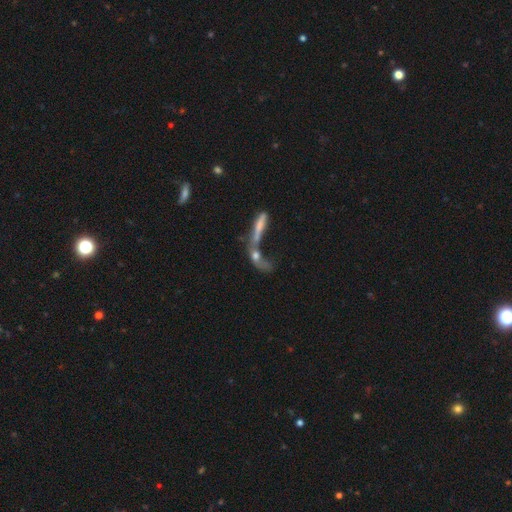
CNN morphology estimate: This is possibly a smooth galaxy (50%). How rounded: possibly cigar-shaped (49%). Merging: possibly merger (58%).